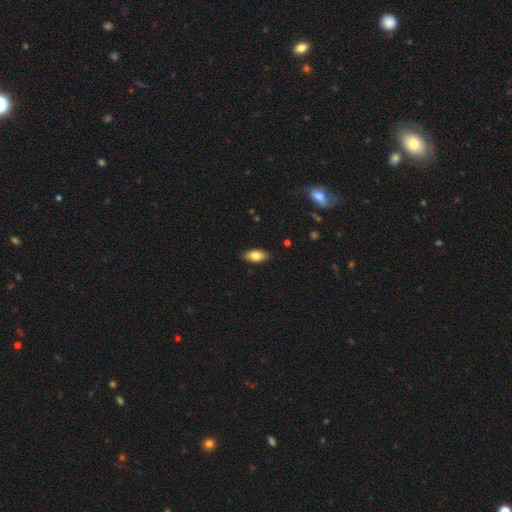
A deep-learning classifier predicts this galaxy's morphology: Smooth or featured: smooth — 82% (featured or disk — 11%)
How rounded: in between — 91% (cigar-shaped — 6%)
Merging: none — 88% (minor disturbance — 9%)